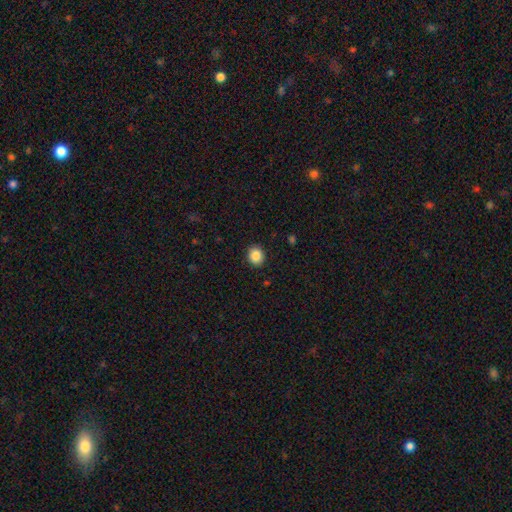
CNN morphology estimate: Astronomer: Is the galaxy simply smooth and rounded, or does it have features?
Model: smooth — 87%.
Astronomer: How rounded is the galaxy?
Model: round — 73%.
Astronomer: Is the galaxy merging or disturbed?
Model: none — 91%.